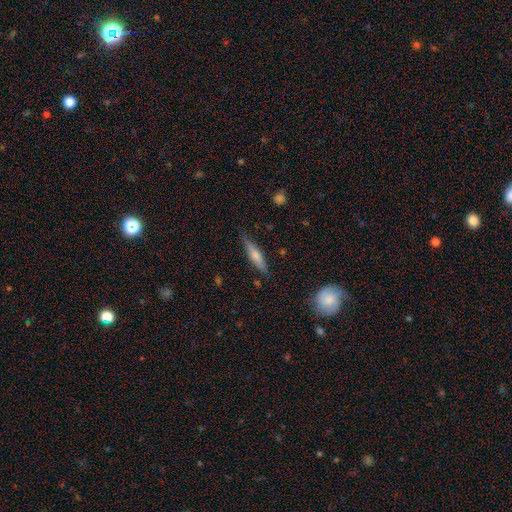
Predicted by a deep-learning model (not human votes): This is likely a smooth galaxy (62%). How rounded: likely cigar-shaped (78%). Merging: clearly none (80%).